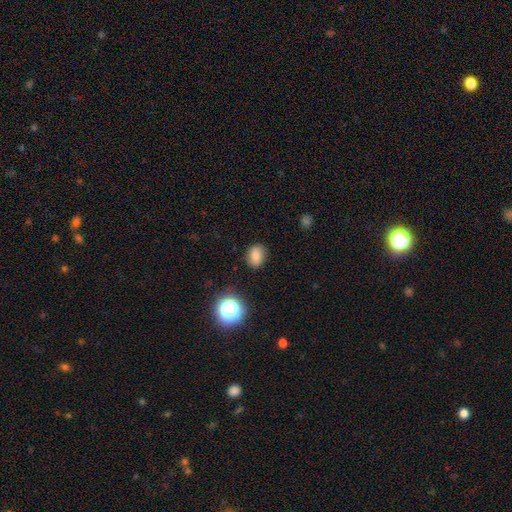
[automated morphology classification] Q: Smooth or featured?
A: smooth (75%); runner-up: star or artifact (14%)
Q: How rounded?
A: in between (58%); runner-up: round (40%)
Q: Merging?
A: none (83%); runner-up: minor disturbance (13%)